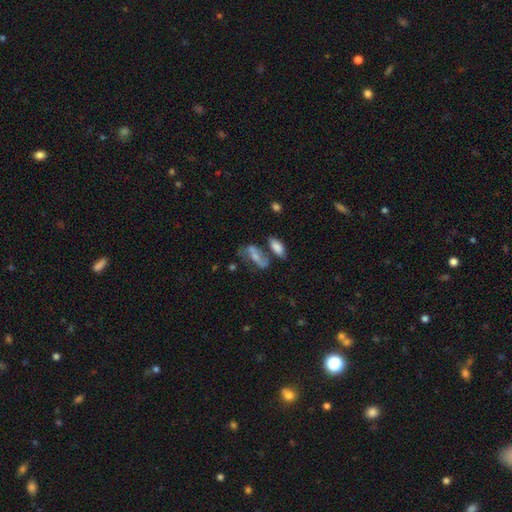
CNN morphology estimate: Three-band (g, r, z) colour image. It shows a featured or disk galaxy (46%). Merging: none (38%).